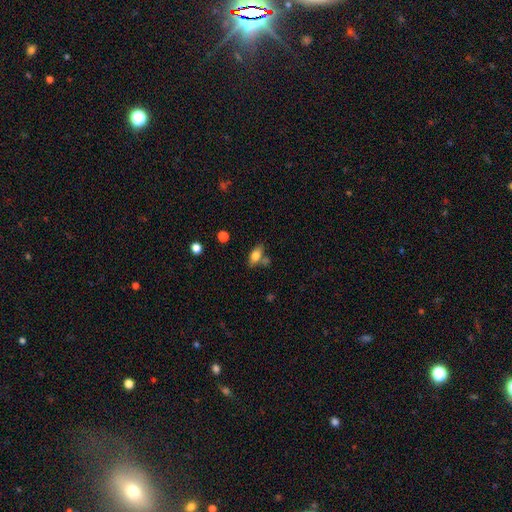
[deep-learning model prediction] A smooth galaxy with no disk features (75%) that is in between round and cigar-shaped (83%).

Vote fractions:
- Smooth or featured? smooth: 75% / featured or disk: 17% / star or artifact: 9%
- How rounded? in between: 83% / cigar-shaped: 10% / round: 8%
- Merging? none: 62% / minor disturbance: 18% / merger: 15% / major disturbance: 6%